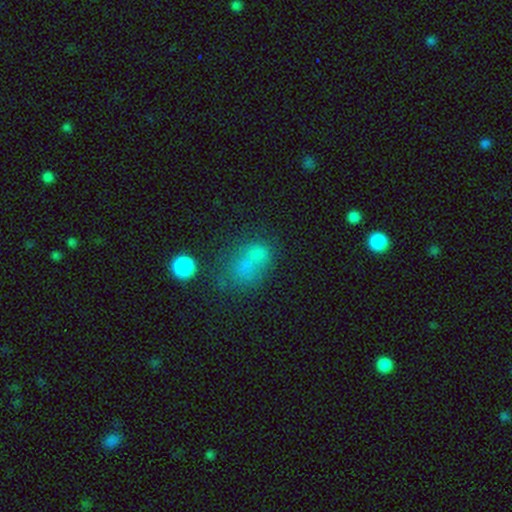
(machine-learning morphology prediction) smooth_or_featured: smooth (p=0.64) [alt: star or artifact p=0.18]
how_rounded: in between (p=0.66) [alt: round p=0.32]
merging: none (p=0.34) [alt: merger p=0.28]